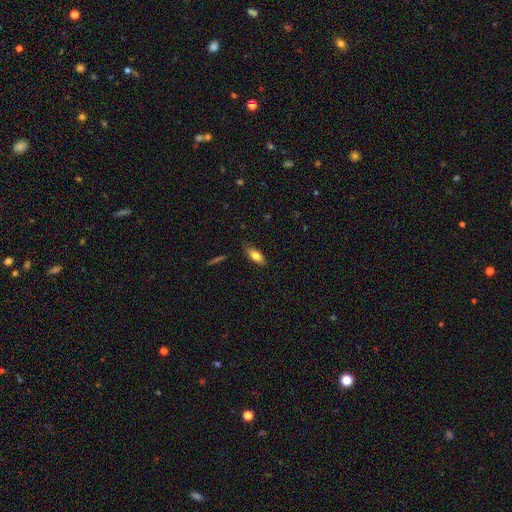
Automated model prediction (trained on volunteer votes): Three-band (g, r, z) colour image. It shows a smooth galaxy with no disk features (76%) that is in between round and cigar-shaped (79%). Merging: none (79%).